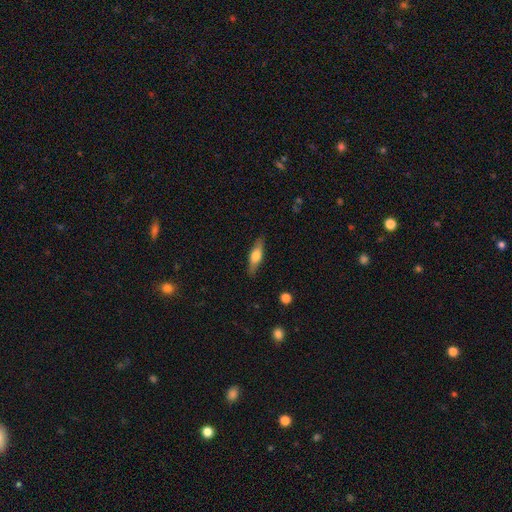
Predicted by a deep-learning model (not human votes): Morphology: type=smooth (52%); roundness=cigar-shaped (57%); merging=none (86%).